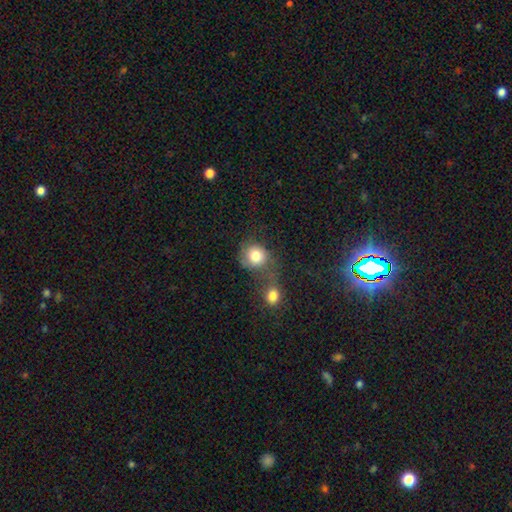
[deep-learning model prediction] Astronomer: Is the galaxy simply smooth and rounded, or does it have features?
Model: smooth — 81%.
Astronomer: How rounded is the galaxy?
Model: round — 83%.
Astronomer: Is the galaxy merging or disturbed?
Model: merger — 40% (runner-up: none, 39%).